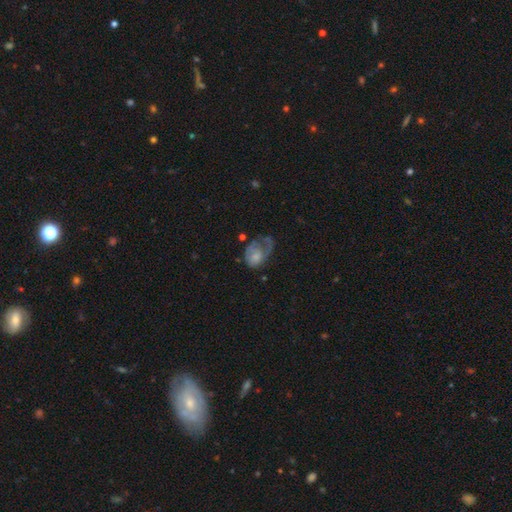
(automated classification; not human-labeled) Morphology: type=smooth (49%); merging=major disturbance (51%).